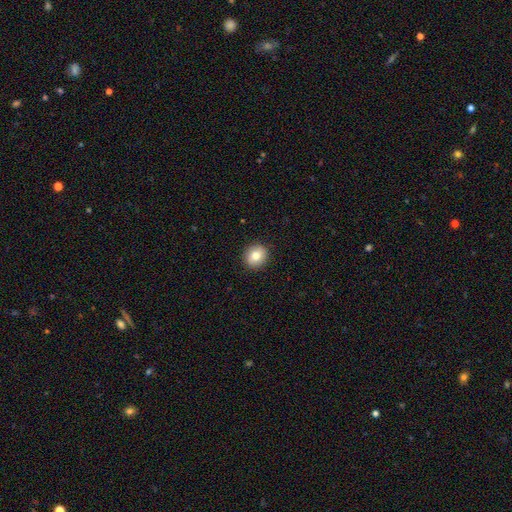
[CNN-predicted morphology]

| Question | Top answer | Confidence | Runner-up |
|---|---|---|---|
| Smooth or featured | smooth | 79% | featured or disk (12%) |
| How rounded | round | 84% | in between (15%) |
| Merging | none | 92% | minor disturbance (6%) |